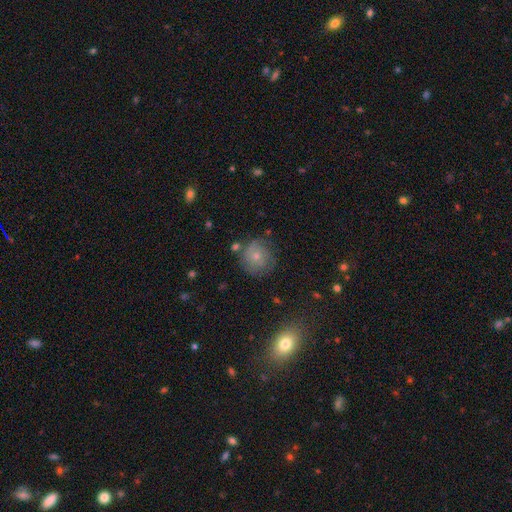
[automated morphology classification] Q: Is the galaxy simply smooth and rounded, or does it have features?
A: smooth — 55%.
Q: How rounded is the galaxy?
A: round — 86%.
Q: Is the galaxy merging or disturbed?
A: none — 63%.